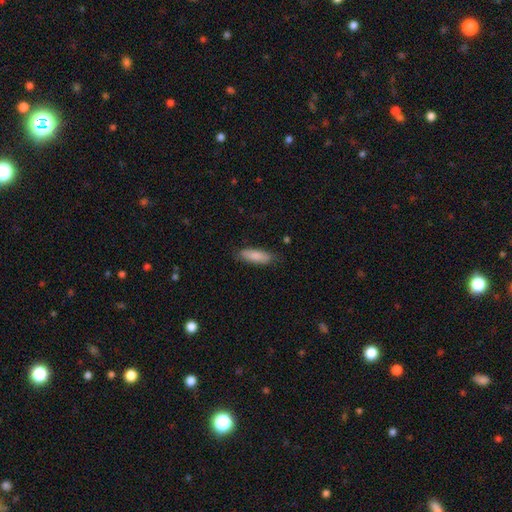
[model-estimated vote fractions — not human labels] Morphology: type=smooth (86%); roundness=in between (54%); merging=none (82%).